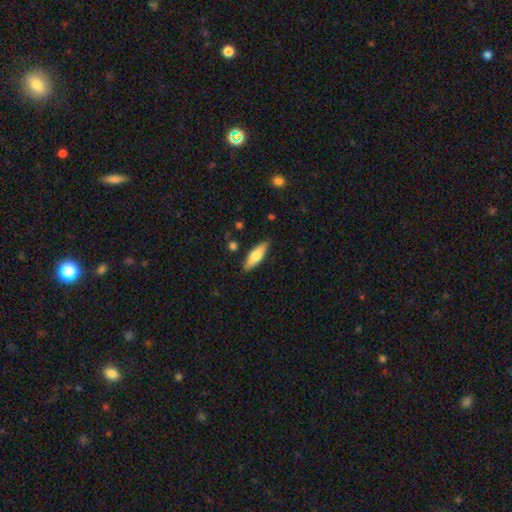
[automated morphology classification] Q: Smooth or featured?
A: smooth (66%); runner-up: featured or disk (28%)
Q: How rounded?
A: in between (51%); runner-up: cigar-shaped (47%)
Q: Merging?
A: none (87%); runner-up: minor disturbance (10%)